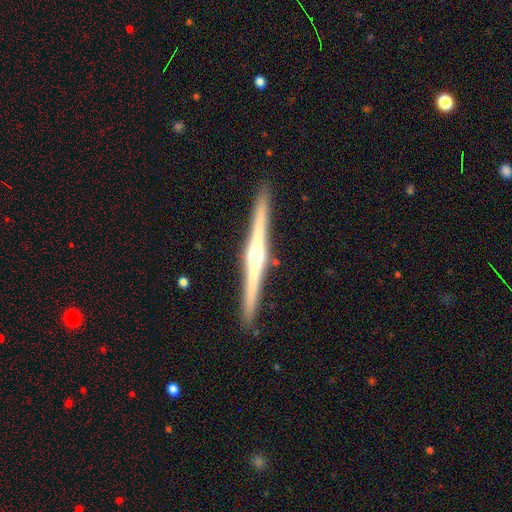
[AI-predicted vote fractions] A featured or disk galaxy (84%) viewed edge-on (99%) with a rounded central bulge (87%).

Vote fractions:
- Smooth or featured? featured or disk: 84% / smooth: 11% / star or artifact: 5%
- Edge-on disk? yes: 99% / no: 1%
- Edge-on bulge? rounded: 87% / none: 7% / boxy: 6%
- Merging? none: 93% / minor disturbance: 5% / major disturbance: 1% / merger: 1%